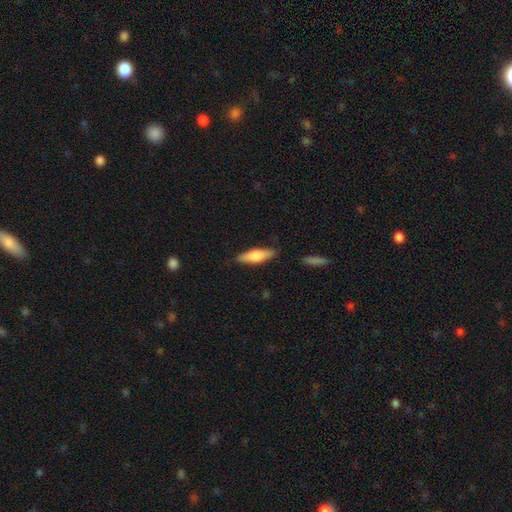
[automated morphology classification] Smooth or featured?
  - smooth: 68% *
  - featured or disk: 27%
  - star or artifact: 6%
How rounded?
  - cigar-shaped: 54% *
  - in between: 44%
  - round: 2%
Merging?
  - none: 86% *
  - minor disturbance: 10%
  - major disturbance: 2%
  - merger: 2%